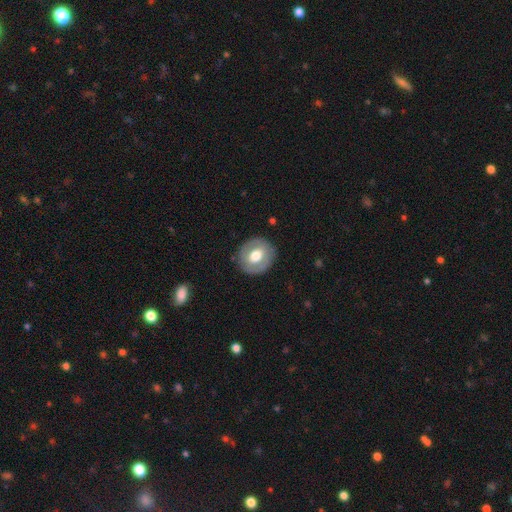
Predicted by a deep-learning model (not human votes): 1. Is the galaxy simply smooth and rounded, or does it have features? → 53% smooth, 40% featured or disk, 6% star or artifact.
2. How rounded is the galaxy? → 79% round, 20% in between, 1% cigar-shaped.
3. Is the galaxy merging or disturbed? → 86% none, 10% minor disturbance, 3% major disturbance, 1% merger.